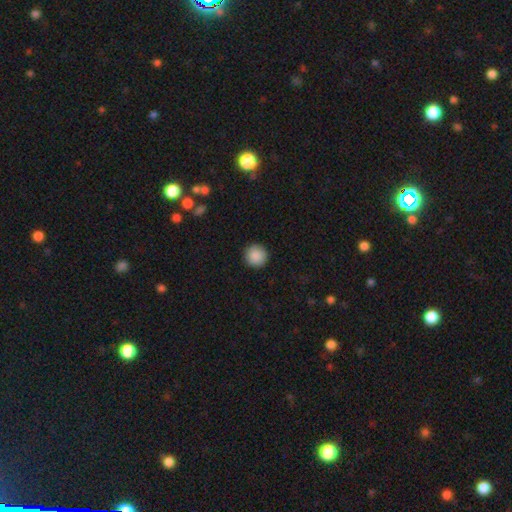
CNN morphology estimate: type=smooth (89%); roundness=round (96%); merging=none (92%).